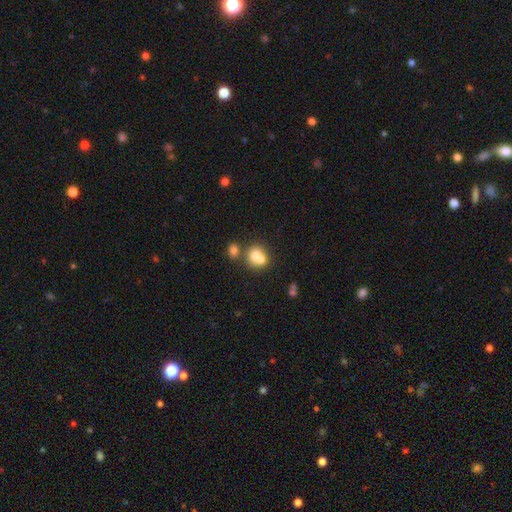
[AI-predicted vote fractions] Smooth or featured: smooth — 68% (featured or disk — 20%)
How rounded: round — 73% (in between — 26%)
Merging: merger — 58% (none — 32%)